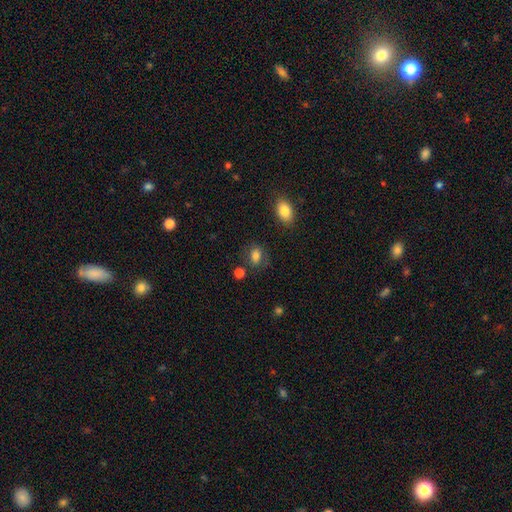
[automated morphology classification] Smooth or featured? Predicted: smooth (p=0.78). How rounded? Predicted: in between (p=0.73). Merging? Predicted: none (p=0.69).